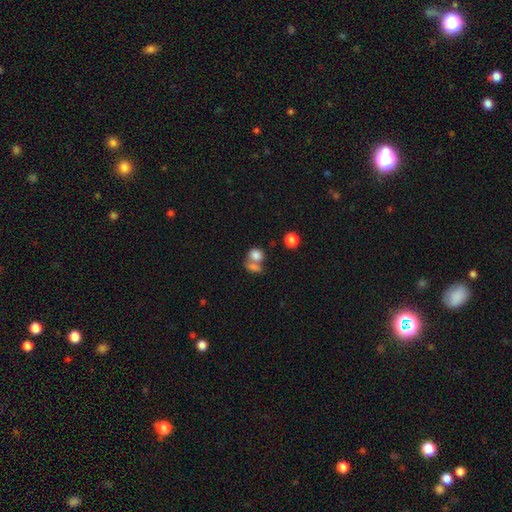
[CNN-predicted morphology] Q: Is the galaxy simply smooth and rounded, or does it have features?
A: smooth — 80%.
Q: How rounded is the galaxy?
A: round — 57%.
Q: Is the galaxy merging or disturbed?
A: merger — 52%.